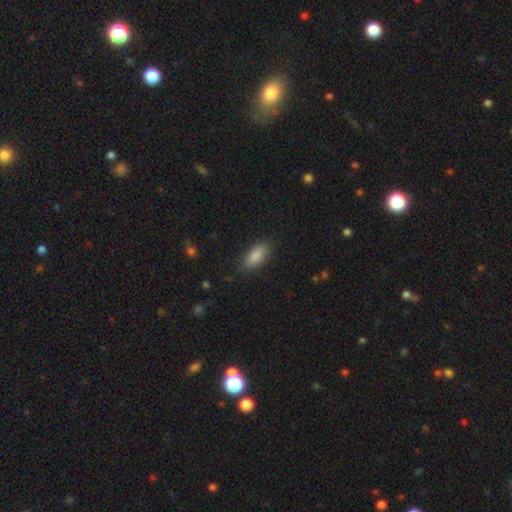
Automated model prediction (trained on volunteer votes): A smooth galaxy with no disk features (88%) that is in between round and cigar-shaped (86%). Merging: none (84%).